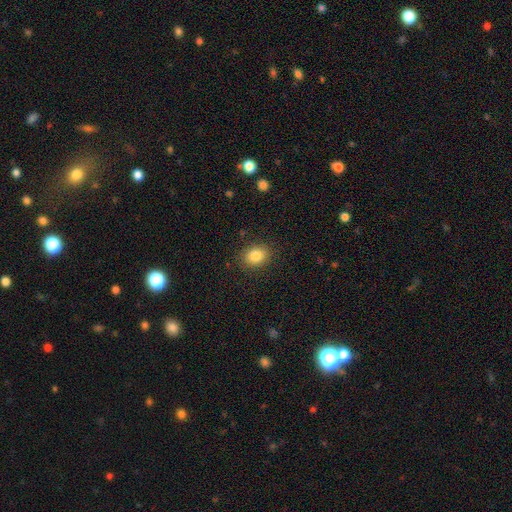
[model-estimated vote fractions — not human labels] smooth 84%, star or artifact 9%, featured or disk 7%. Down the decision tree: how rounded — in between (58%); merging — none (87%).